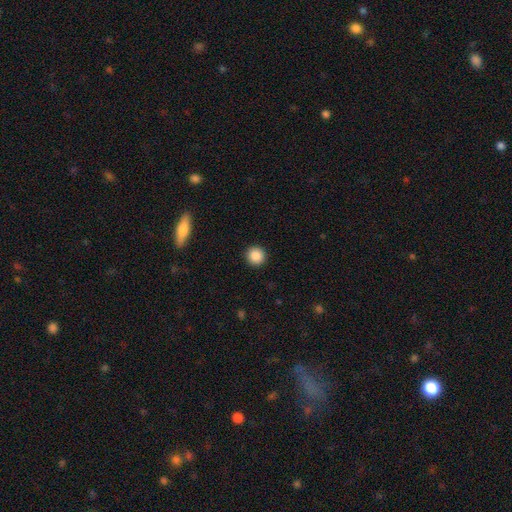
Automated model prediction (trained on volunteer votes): This appears to be a smooth galaxy with no disk features (88%) that is round (95%). Merging: none (93%).